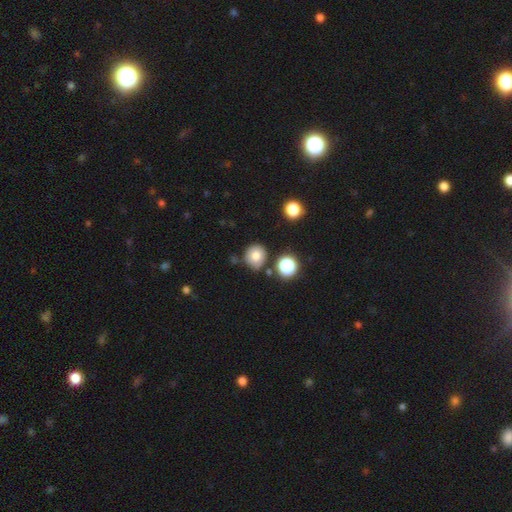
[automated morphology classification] Smooth or featured?
  - smooth: 77% *
  - star or artifact: 13%
  - featured or disk: 10%
How rounded?
  - round: 83% *
  - in between: 16%
  - cigar-shaped: 1%
Merging?
  - none: 75% *
  - minor disturbance: 14%
  - merger: 8%
  - major disturbance: 4%